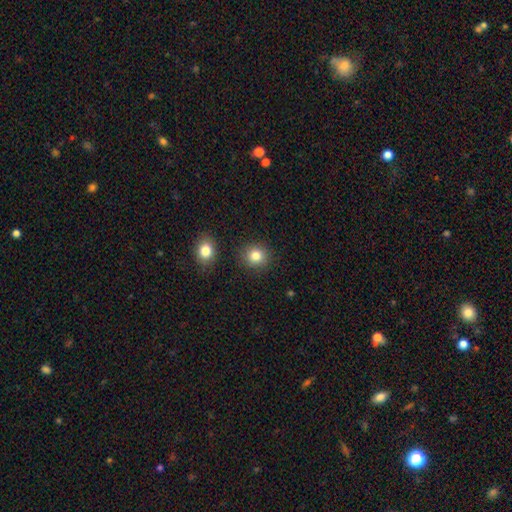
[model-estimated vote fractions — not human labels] Smooth or featured: smooth — 83% (star or artifact — 11%)
How rounded: round — 85% (in between — 14%)
Merging: none — 87% (minor disturbance — 7%)